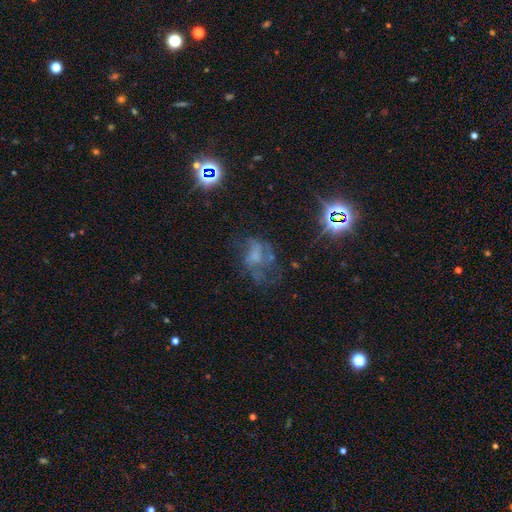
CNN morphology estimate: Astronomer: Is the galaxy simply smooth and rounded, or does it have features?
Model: featured or disk — 48% (runner-up: star or artifact, 29%).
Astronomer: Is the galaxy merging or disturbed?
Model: none — 41% (runner-up: major disturbance, 35%).